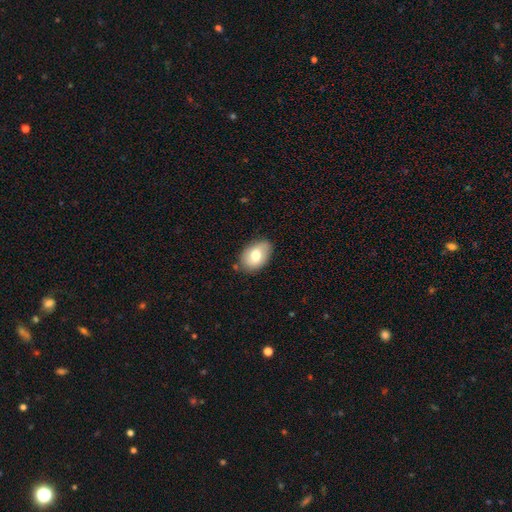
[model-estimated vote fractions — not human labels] smooth 74%, featured or disk 19%, star or artifact 7%. Down the decision tree: how rounded — in between (87%); merging — none (79%).